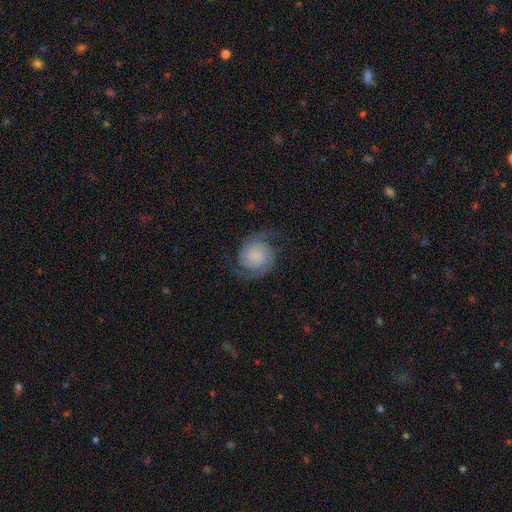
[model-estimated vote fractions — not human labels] Q: Smooth or featured?
A: featured or disk (80%); runner-up: smooth (12%)
Q: Edge-on disk?
A: no (98%); runner-up: yes (2%)
Q: Bar?
A: no (76%); runner-up: weak (19%)
Q: Spiral arms?
A: yes (97%); runner-up: no (3%)
Q: Spiral winding?
A: medium (44%); runner-up: tight (39%)
Q: Spiral arm count?
A: 2 (94%); runner-up: can't tell (2%)
Q: Bulge size?
A: none (40%); runner-up: small (26%)
Q: Merging?
A: none (78%); runner-up: minor disturbance (13%)